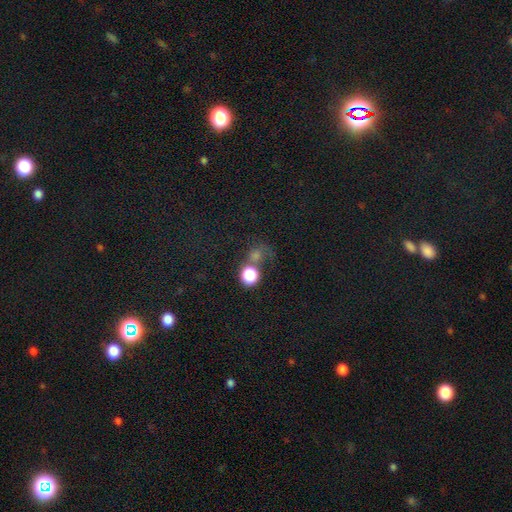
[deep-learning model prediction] smooth-or-featured: smooth: 62% | star or artifact: 25% | featured or disk: 13%
  how-rounded: round: 77% | in between: 21% | cigar-shaped: 1%
  merging: none: 41% | merger: 33% | major disturbance: 15% | minor disturbance: 12%